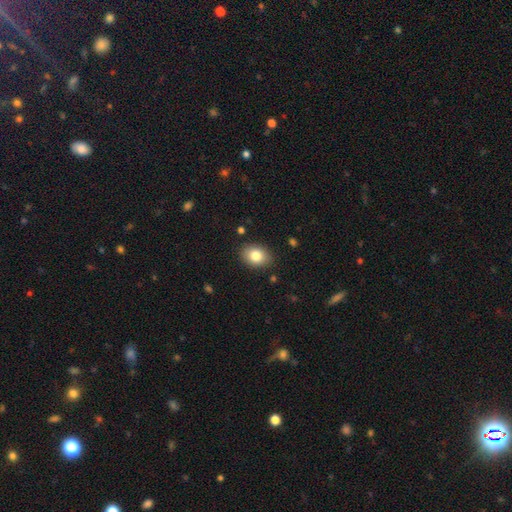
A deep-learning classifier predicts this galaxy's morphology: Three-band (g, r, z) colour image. It shows a smooth galaxy with no disk features (83%) that is in between round and cigar-shaped (68%). Merging: none (87%).